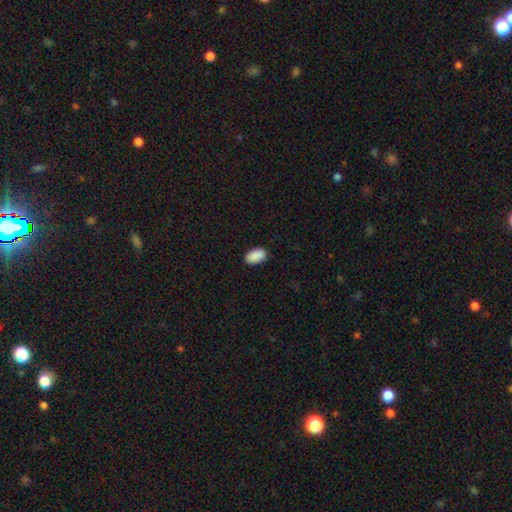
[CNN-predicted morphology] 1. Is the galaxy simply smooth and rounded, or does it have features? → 91% smooth, 7% star or artifact, 2% featured or disk.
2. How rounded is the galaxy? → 94% in between, 5% round, 1% cigar-shaped.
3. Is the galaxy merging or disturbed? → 89% none, 8% minor disturbance, 2% major disturbance, 1% merger.